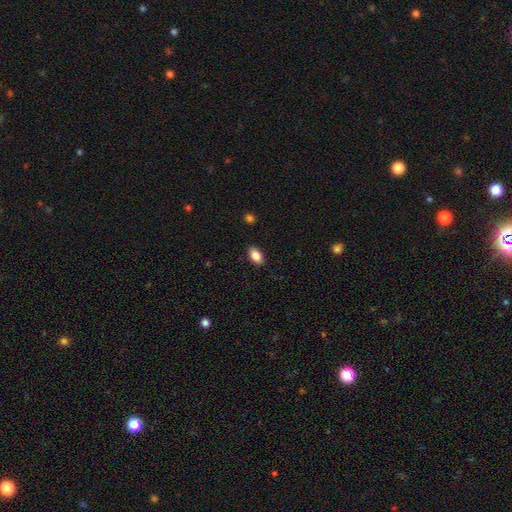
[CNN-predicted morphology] smooth-or-featured: smooth: 87% | star or artifact: 8% | featured or disk: 6%
  how-rounded: in between: 90% | round: 8% | cigar-shaped: 2%
  merging: none: 88% | minor disturbance: 9% | major disturbance: 2% | merger: 1%